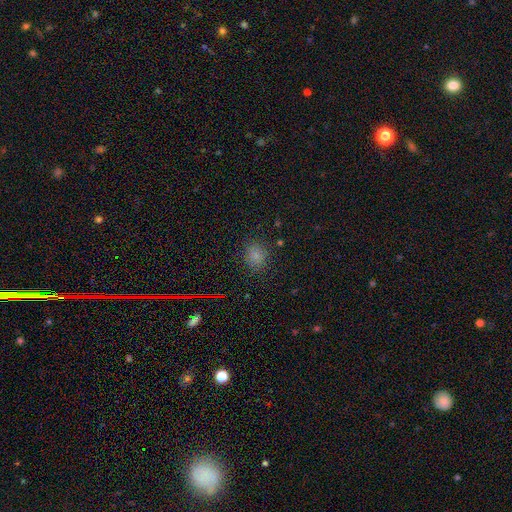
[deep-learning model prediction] smooth_or_featured: smooth (p=0.76) [alt: star or artifact p=0.18]
how_rounded: round (p=0.71) [alt: in between p=0.27]
merging: none (p=0.83) [alt: minor disturbance p=0.11]